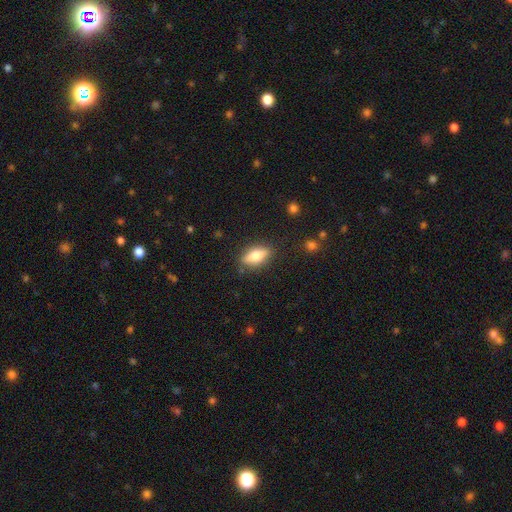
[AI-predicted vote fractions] Smooth or featured?
  - smooth: 66% *
  - featured or disk: 28%
  - star or artifact: 7%
How rounded?
  - in between: 73% *
  - cigar-shaped: 23%
  - round: 4%
Merging?
  - none: 84% *
  - minor disturbance: 11%
  - major disturbance: 3%
  - merger: 1%